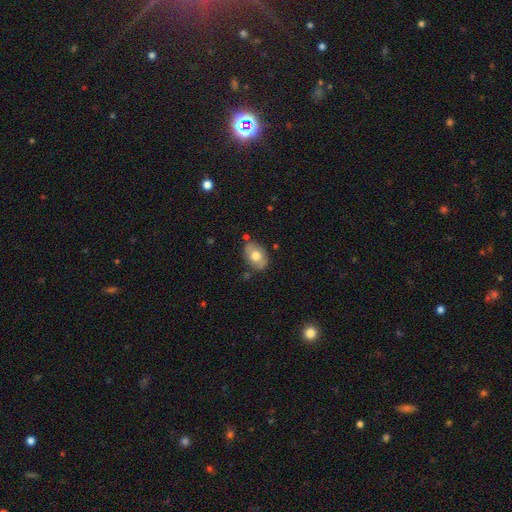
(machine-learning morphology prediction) Smooth or featured: smooth — 66% (featured or disk — 27%)
How rounded: in between — 83% (round — 15%)
Merging: none — 77% (minor disturbance — 16%)